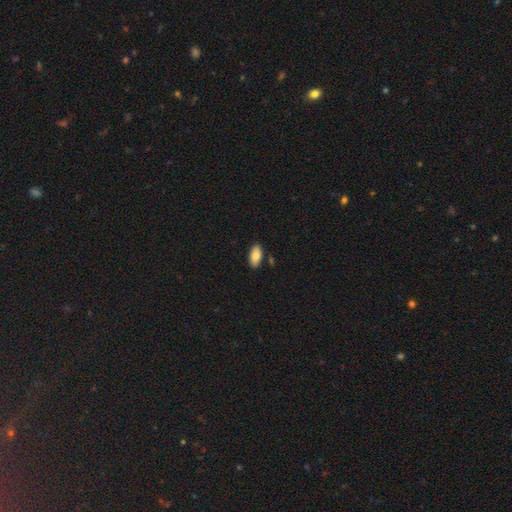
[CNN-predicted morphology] Q: Smooth or featured?
A: smooth (81%); runner-up: featured or disk (12%)
Q: How rounded?
A: in between (92%); runner-up: cigar-shaped (5%)
Q: Merging?
A: none (86%); runner-up: minor disturbance (9%)